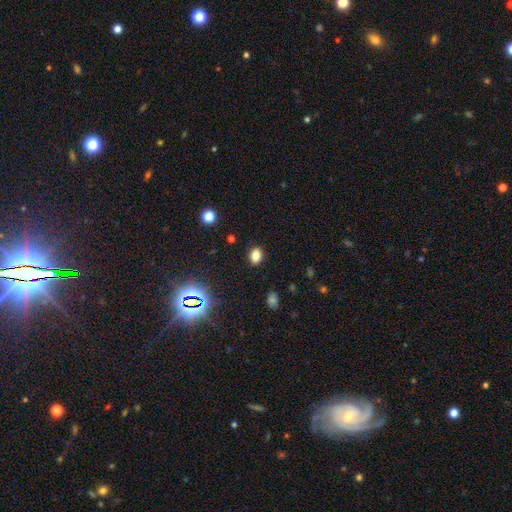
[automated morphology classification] type=smooth (78%); roundness=in between (76%); merging=none (87%).